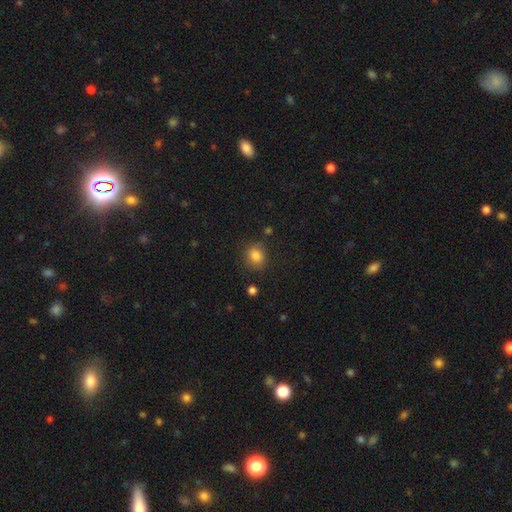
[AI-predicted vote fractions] Q: Smooth or featured?
A: smooth (83%); runner-up: star or artifact (11%)
Q: How rounded?
A: round (73%); runner-up: in between (26%)
Q: Merging?
A: none (76%); runner-up: minor disturbance (17%)